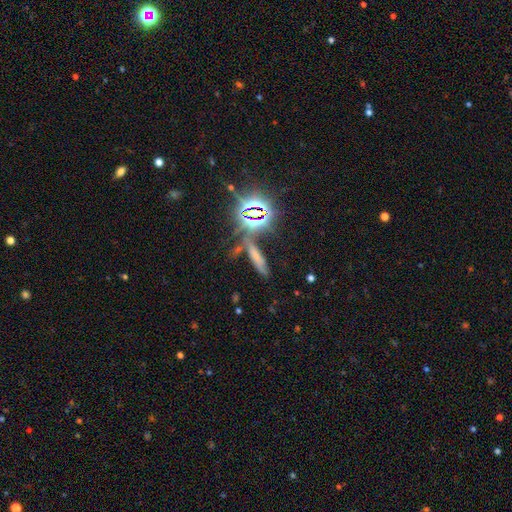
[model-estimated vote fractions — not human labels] The model was most divided on "smooth or featured": smooth: 51%, star or artifact: 33%, featured or disk: 16%. More confident: how rounded — cigar-shaped (79%); merging — none (65%).